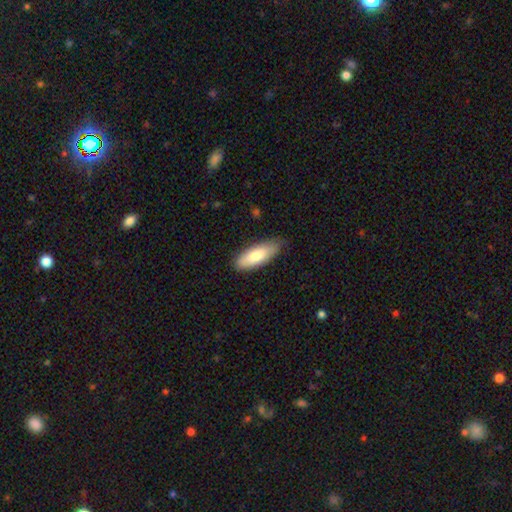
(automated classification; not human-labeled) A smooth galaxy with no disk features (79%) that is in between round and cigar-shaped (69%).

Vote fractions:
- Smooth or featured? smooth: 79% / featured or disk: 16% / star or artifact: 6%
- How rounded? in between: 69% / cigar-shaped: 30% / round: 2%
- Merging? none: 80% / minor disturbance: 16% / major disturbance: 3% / merger: 1%